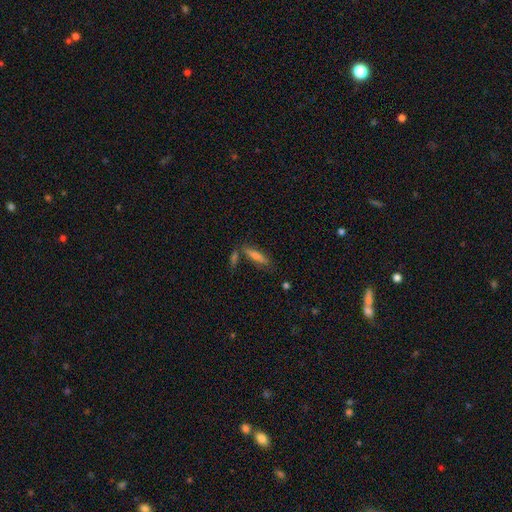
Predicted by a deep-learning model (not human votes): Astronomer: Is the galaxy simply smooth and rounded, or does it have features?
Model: smooth — 61%.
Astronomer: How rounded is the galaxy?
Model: cigar-shaped — 80%.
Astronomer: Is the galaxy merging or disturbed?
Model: none — 71%.